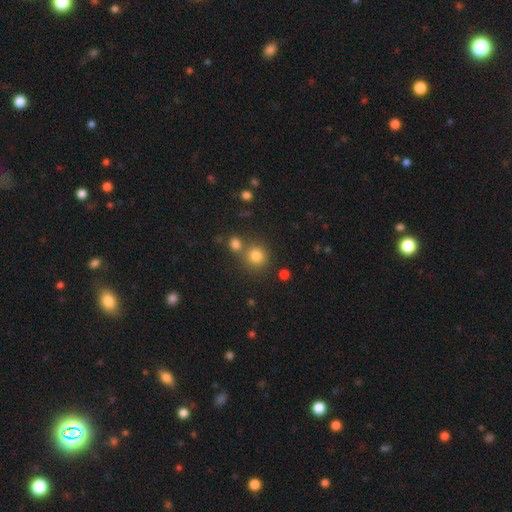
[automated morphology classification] Smooth or featured: smooth — 80% (star or artifact — 13%)
How rounded: round — 89% (in between — 10%)
Merging: none — 67% (merger — 22%)